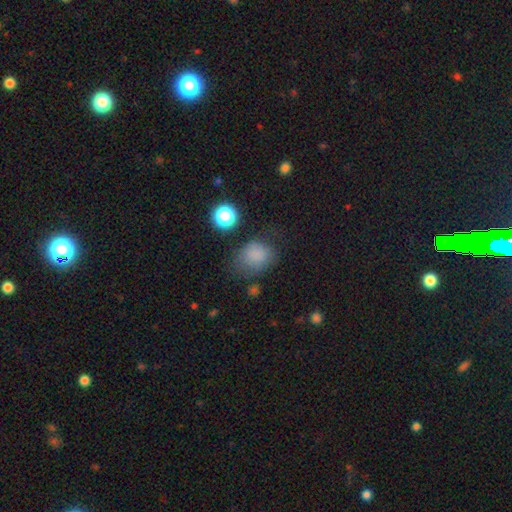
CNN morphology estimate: This appears to be a smooth galaxy with no disk features (80%) that is in between round and cigar-shaped (52%). Merging: none (58%).